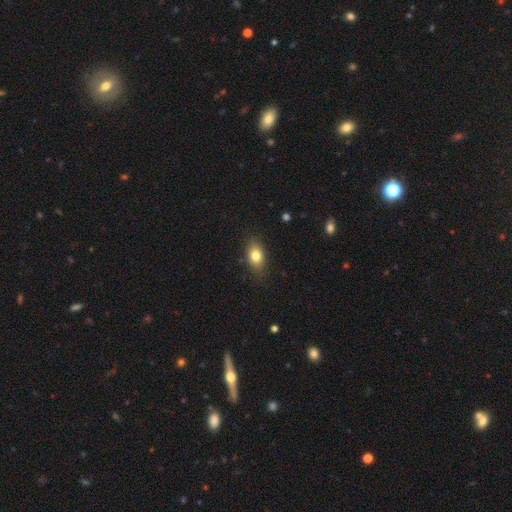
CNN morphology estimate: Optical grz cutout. It shows a smooth galaxy with no disk features (79%) that is in between round and cigar-shaped (82%). Merging: none (82%).